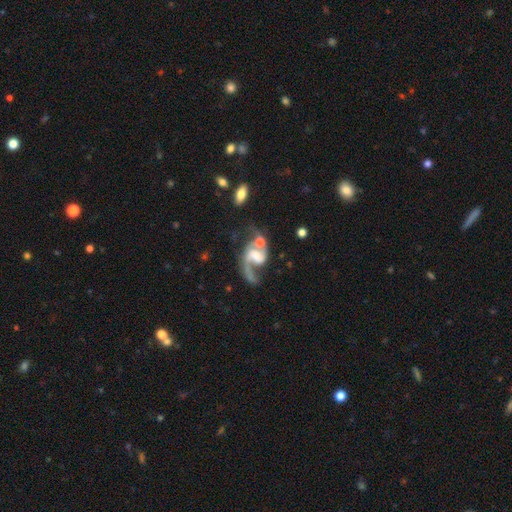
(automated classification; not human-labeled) A featured or disk galaxy (84%) with no bar (44%), 2 (70%) loose (62%) spiral arms (93%) and a moderate central bulge (35%).

Vote fractions:
- Smooth or featured? featured or disk: 84% / smooth: 10% / star or artifact: 7%
- Edge-on disk? no: 98% / yes: 2%
- Bar? no: 44% / weak: 41% / strong: 15%
- Spiral arms? yes: 93% / no: 7%
- Spiral winding? loose: 62% / medium: 32% / tight: 6%
- Spiral arm count? 2: 70% / 1: 24% / can't tell: 3% / 3: 1% / 4: 1% / more than 4: 1%
- Bulge size? moderate: 35% / small: 25% / none: 18% / large: 18% / dominant: 3%
- Merging? none: 31% / merger: 30% / major disturbance: 26% / minor disturbance: 13%